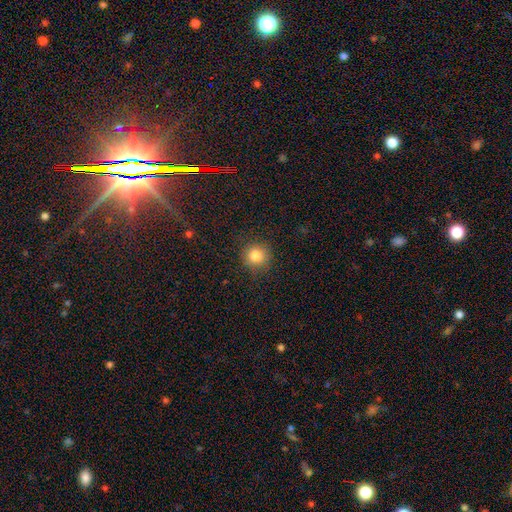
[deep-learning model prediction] Smooth or featured? Predicted: smooth (p=0.82). How rounded? Predicted: round (p=0.93). Merging? Predicted: none (p=0.88).